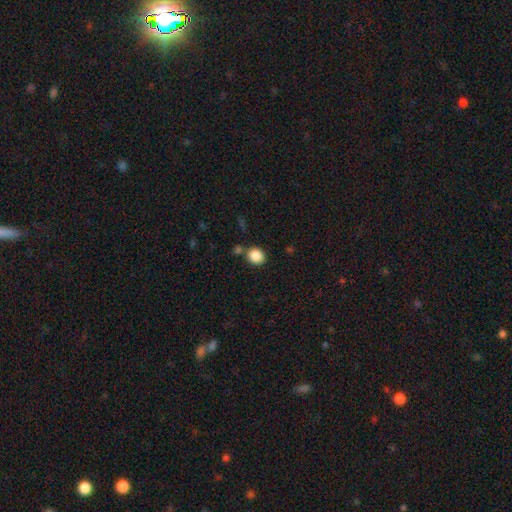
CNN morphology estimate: A smooth galaxy with no disk features (87%) that is round (81%). Merging: none (77%).